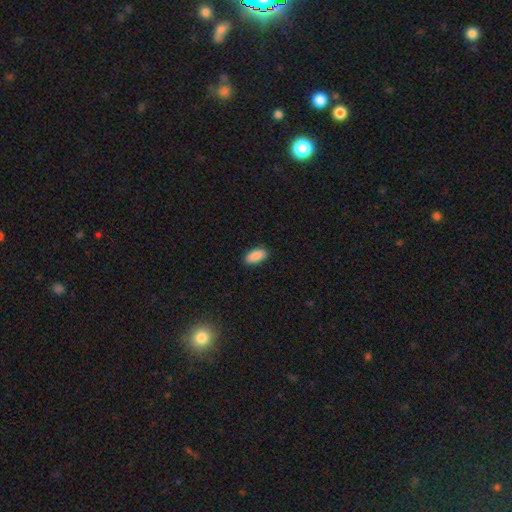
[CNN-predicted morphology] Smooth or featured? Predicted: smooth (p=0.90). How rounded? Predicted: in between (p=0.92). Merging? Predicted: none (p=0.88).